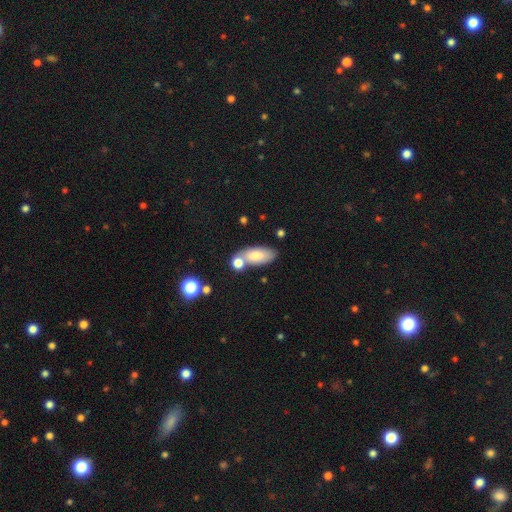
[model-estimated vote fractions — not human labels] smooth_or_featured: smooth (p=0.80) [alt: featured or disk p=0.13]
how_rounded: in between (p=0.84) [alt: cigar-shaped p=0.13]
merging: none (p=0.56) [alt: merger p=0.24]